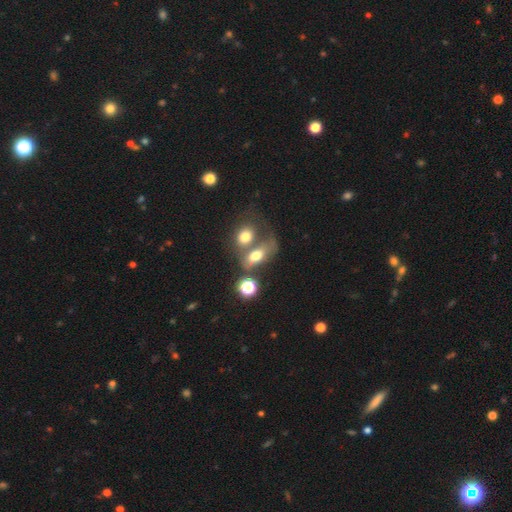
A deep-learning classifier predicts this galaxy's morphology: Q: Smooth or featured?
A: smooth (61%); runner-up: featured or disk (25%)
Q: How rounded?
A: in between (72%); runner-up: round (24%)
Q: Merging?
A: merger (53%); runner-up: none (24%)